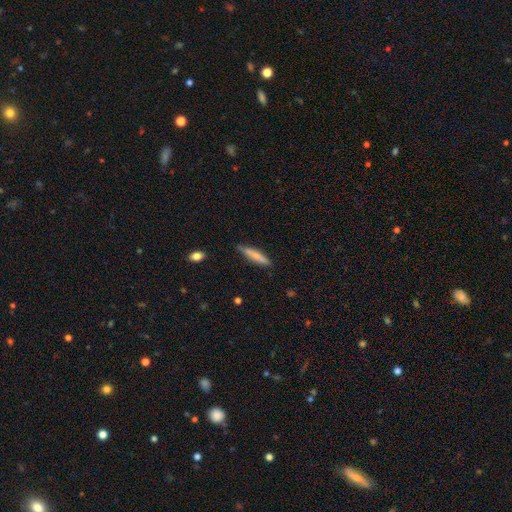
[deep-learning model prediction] Q: Smooth or featured?
A: smooth (71%); runner-up: featured or disk (23%)
Q: How rounded?
A: cigar-shaped (88%); runner-up: in between (10%)
Q: Merging?
A: none (80%); runner-up: minor disturbance (16%)